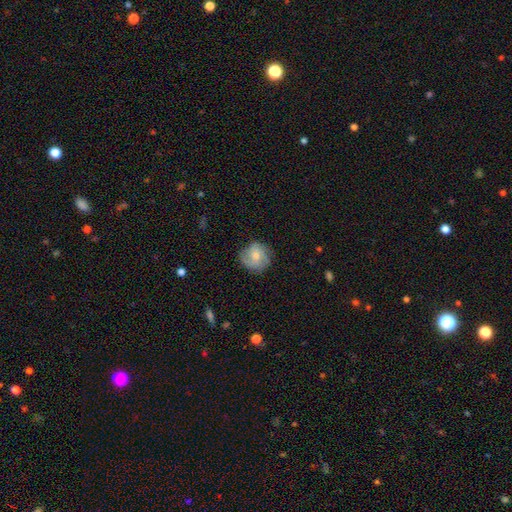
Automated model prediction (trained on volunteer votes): Smooth or featured? Predicted: featured or disk (p=0.47). Merging? Predicted: none (p=0.75).